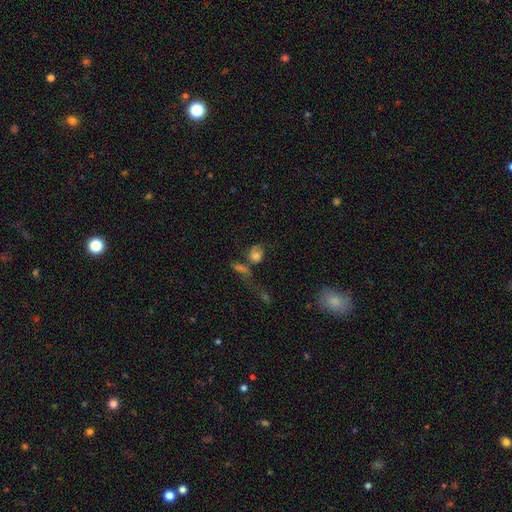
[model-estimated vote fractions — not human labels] A smooth galaxy with no disk features (69%) that is round (62%). Merging: none (37%).